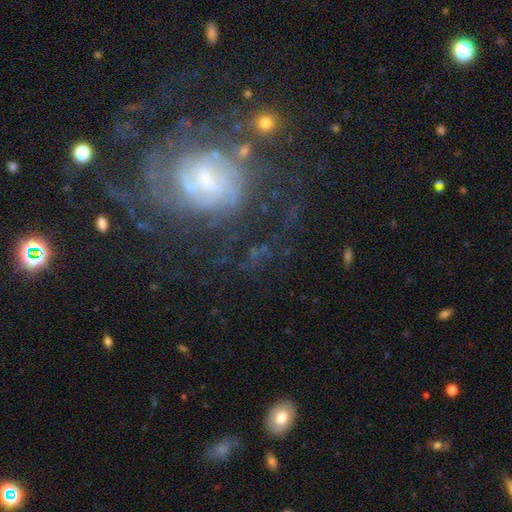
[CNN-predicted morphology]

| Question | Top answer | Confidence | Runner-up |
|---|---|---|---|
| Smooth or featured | featured or disk | 75% | star or artifact (13%) |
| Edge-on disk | no | 97% | yes (3%) |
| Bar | weak | 45% | no (39%) |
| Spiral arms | yes | 86% | no (14%) |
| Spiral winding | tight | 51% | medium (34%) |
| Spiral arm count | can't tell | 41% | 2 (24%) |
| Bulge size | small | 53% | moderate (32%) |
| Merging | none | 55% | major disturbance (22%) |